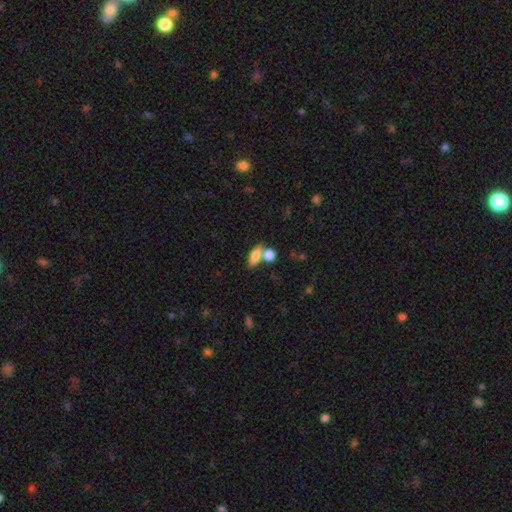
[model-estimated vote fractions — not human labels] This is likely a smooth galaxy (76%). How rounded: likely in between (66%). Merging: possibly none (49%).